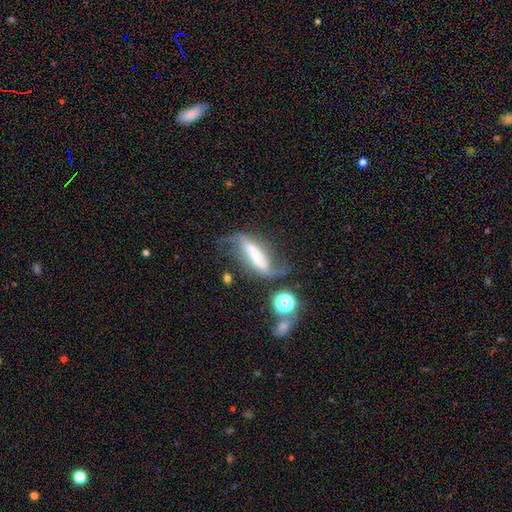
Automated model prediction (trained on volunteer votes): smooth-or-featured: featured or disk: 65% | smooth: 25% | star or artifact: 10%
  disk-edge-on: no: 77% | yes: 23%
    bar: strong: 58% | no: 22% | weak: 20%
    has-spiral-arms: yes: 82% | no: 18%
    bulge-size: none: 33% | small: 22% | moderate: 18% | large: 16% | dominant: 11%
  merging: none: 40% | major disturbance: 28% | minor disturbance: 24% | merger: 8%